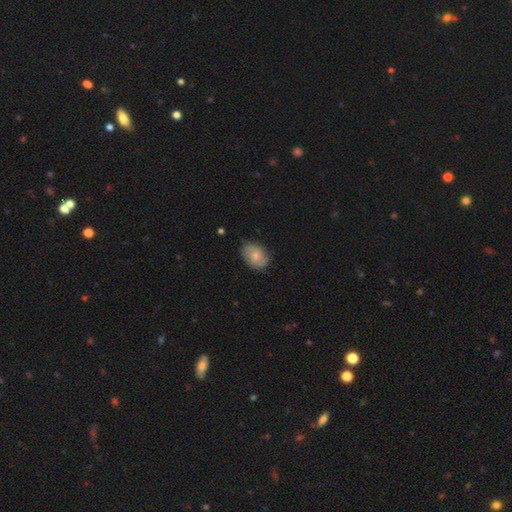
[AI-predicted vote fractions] This is likely a smooth galaxy (74%). How rounded: likely in between (78%). Merging: likely none (78%).